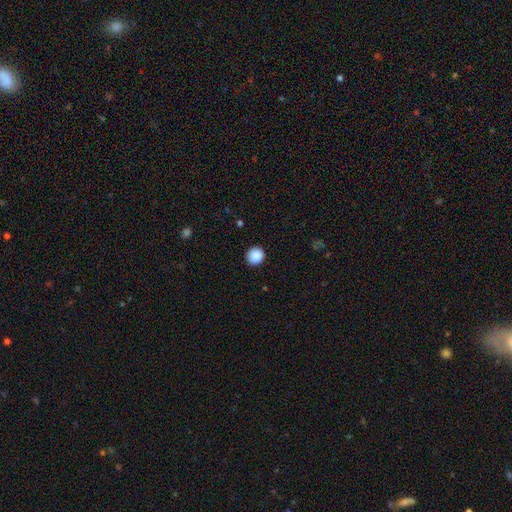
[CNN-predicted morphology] smooth 89%, star or artifact 9%, featured or disk 2%. Down the decision tree: how rounded — round (90%); merging — none (91%).